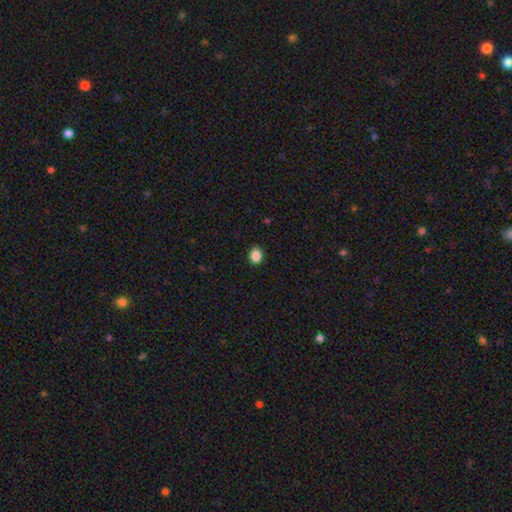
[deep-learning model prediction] Smooth or featured? Predicted: smooth (p=0.88). How rounded? Predicted: round (p=0.56). Merging? Predicted: none (p=0.90).